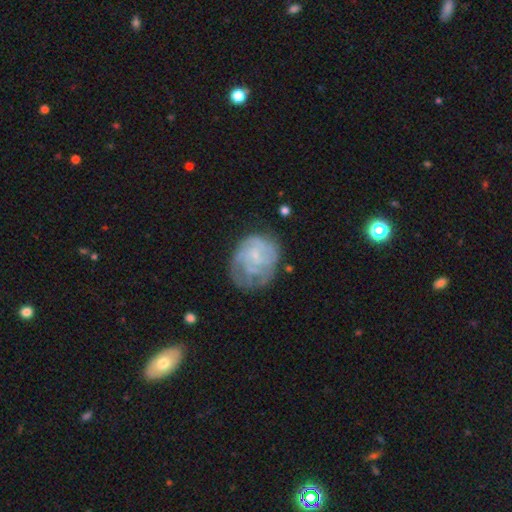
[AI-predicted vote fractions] featured or disk 70%, smooth 23%, star or artifact 7%. Down the decision tree: edge-on disk — no (98%); bar — no (69%); spiral arms — yes (82%); spiral arm count — can't tell (45%); spiral winding — tight (56%); bulge size — small (68%); merging — none (52%).